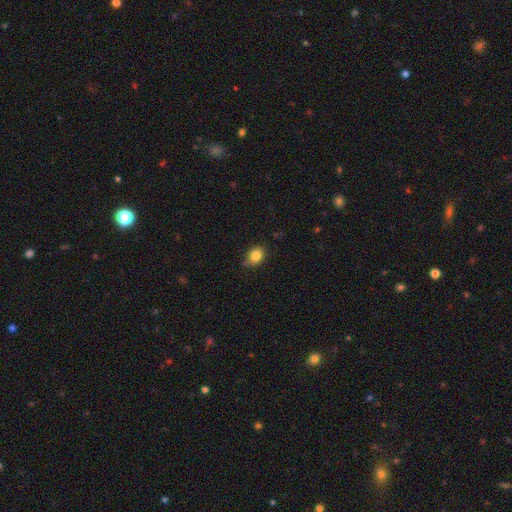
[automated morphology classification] The model was most divided on "how rounded": in between: 60%, round: 39%, cigar-shaped: 1%. More confident: smooth or featured — smooth (84%); merging — none (77%).